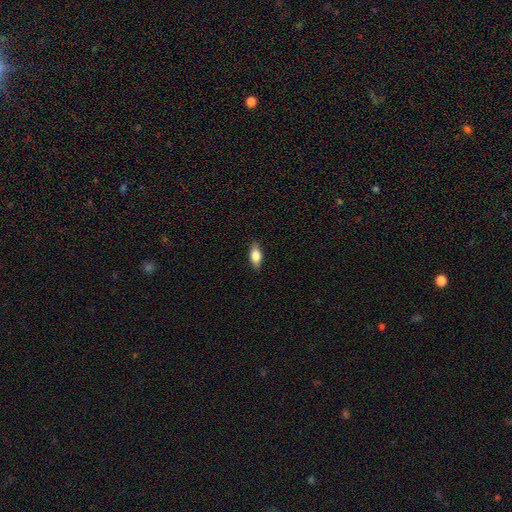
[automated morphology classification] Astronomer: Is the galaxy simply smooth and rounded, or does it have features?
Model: smooth — 79%.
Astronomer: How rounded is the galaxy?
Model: in between — 84%.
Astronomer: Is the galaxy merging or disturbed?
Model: none — 87%.